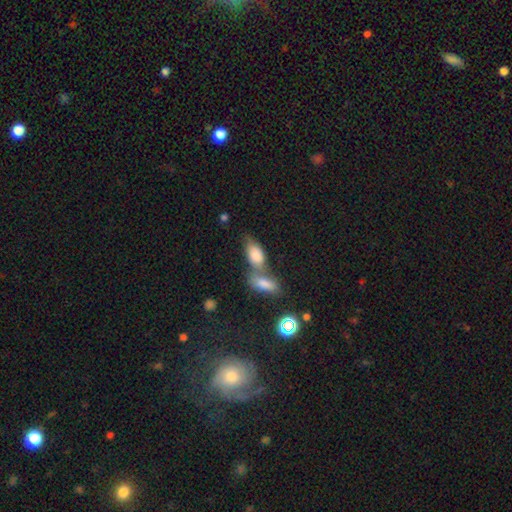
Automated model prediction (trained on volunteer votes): This is clearly a smooth galaxy (80%). How rounded: clearly in between (88%). Merging: possibly merger (59%).